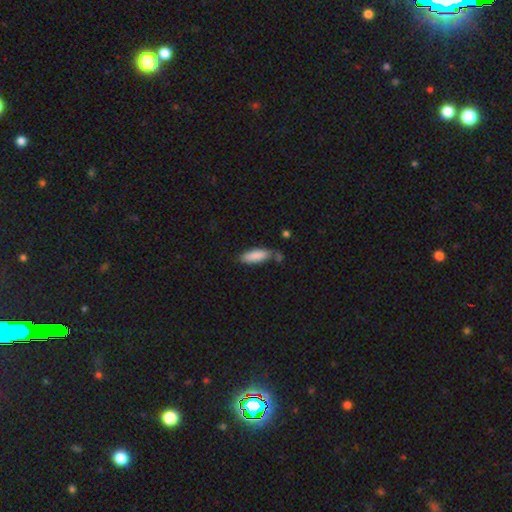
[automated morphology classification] Smooth or featured?
  - smooth: 86% *
  - featured or disk: 8%
  - star or artifact: 6%
How rounded?
  - in between: 59% *
  - cigar-shaped: 39%
  - round: 2%
Merging?
  - none: 59% *
  - minor disturbance: 23%
  - merger: 12%
  - major disturbance: 6%